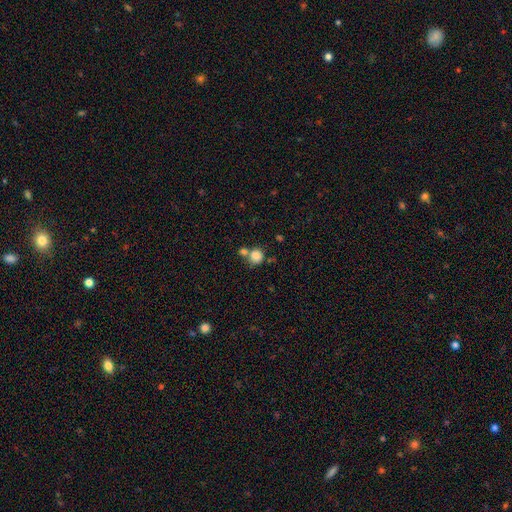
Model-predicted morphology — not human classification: This is clearly a smooth galaxy (83%). How rounded: clearly round (88%). Merging: possibly none (53%).